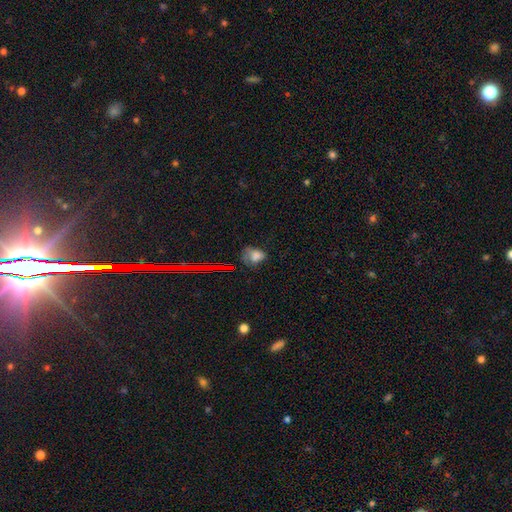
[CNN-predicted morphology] smooth_or_featured: smooth (p=0.69) [alt: star or artifact p=0.16]
how_rounded: in between (p=0.69) [alt: round p=0.29]
merging: none (p=0.39) [alt: minor disturbance p=0.32]